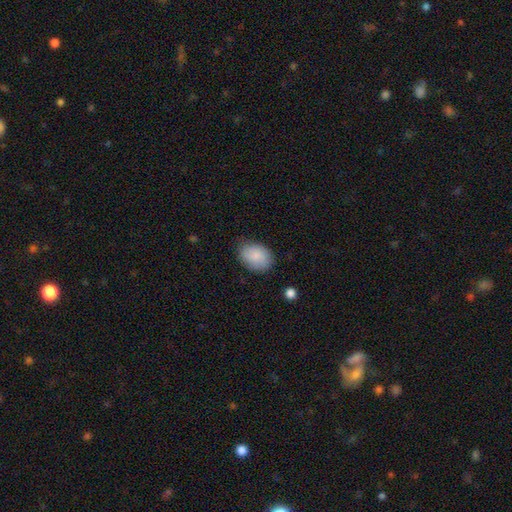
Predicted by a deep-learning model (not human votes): A smooth galaxy with no disk features (87%) that is in between round and cigar-shaped (74%). Merging: none (77%).